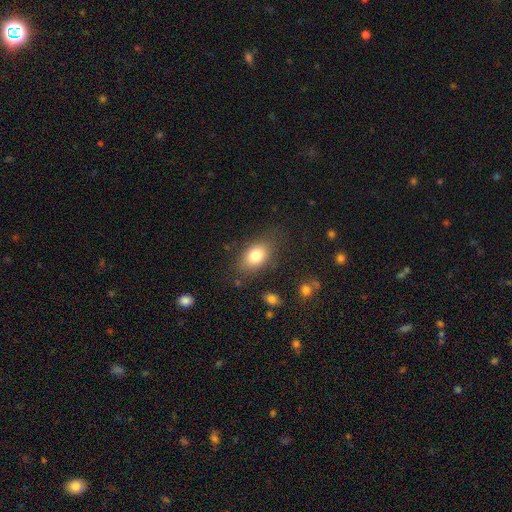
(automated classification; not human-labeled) This is clearly a smooth galaxy (80%). How rounded: clearly in between (85%). Merging: likely none (78%).